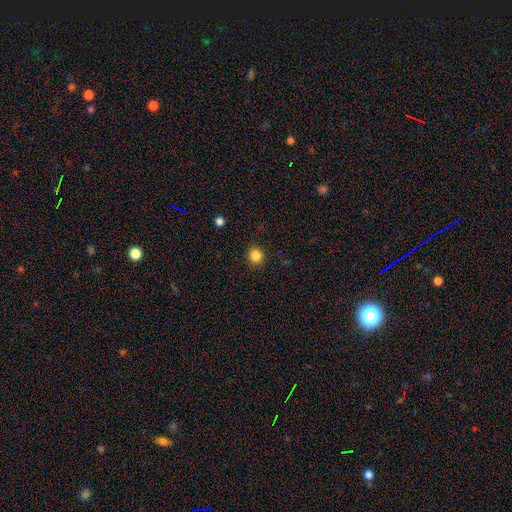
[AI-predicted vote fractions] Smooth or featured: smooth — 85% (star or artifact — 11%)
How rounded: round — 88% (in between — 11%)
Merging: none — 90% (minor disturbance — 6%)